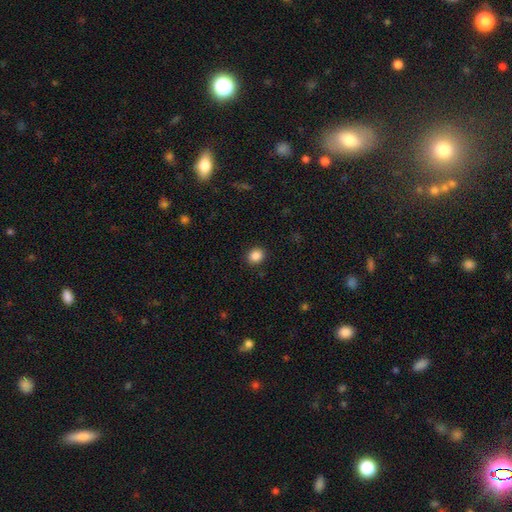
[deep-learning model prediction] smooth 87%, star or artifact 10%, featured or disk 4%. Down the decision tree: how rounded — round (70%); merging — none (90%).